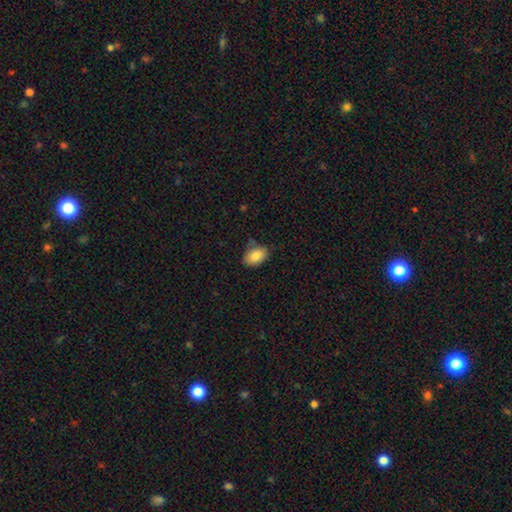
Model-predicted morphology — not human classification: smooth 84%, featured or disk 8%, star or artifact 8%. Down the decision tree: how rounded — in between (87%); merging — none (73%).